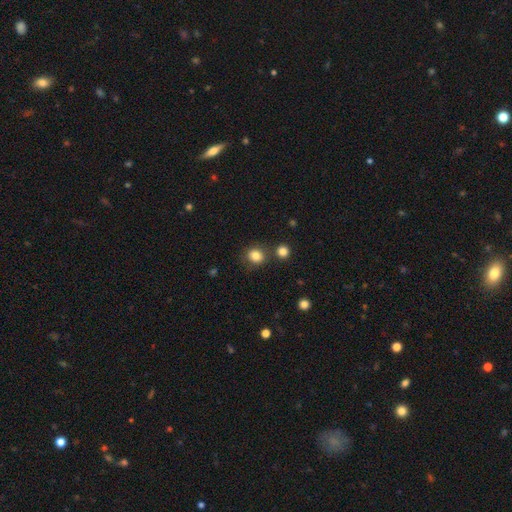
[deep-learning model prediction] This appears to be a smooth galaxy with no disk features (83%) that is round (75%). Merging: none (76%).